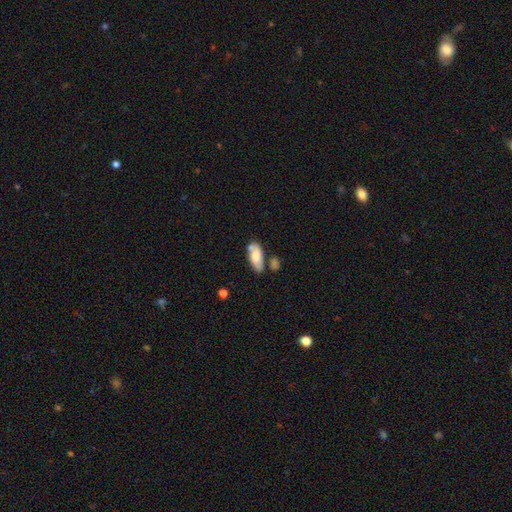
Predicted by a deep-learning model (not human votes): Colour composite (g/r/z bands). It shows a smooth galaxy with no disk features (69%) that is in between round and cigar-shaped (82%). Merging: none (55%).